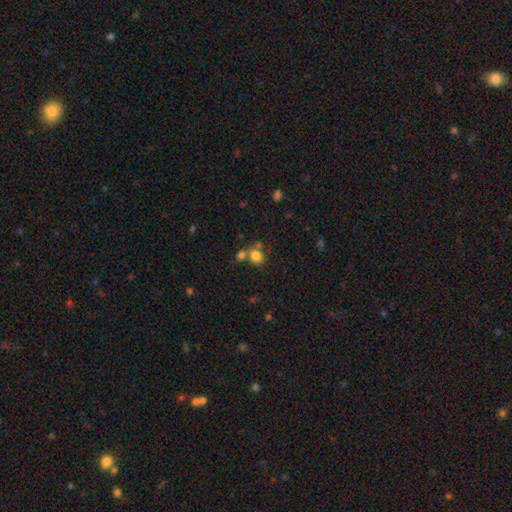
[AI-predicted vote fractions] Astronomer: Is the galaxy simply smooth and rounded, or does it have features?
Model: smooth — 80%.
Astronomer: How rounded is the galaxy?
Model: round — 58% (runner-up: in between, 41%).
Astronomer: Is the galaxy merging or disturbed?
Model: none — 49% (runner-up: merger, 34%).